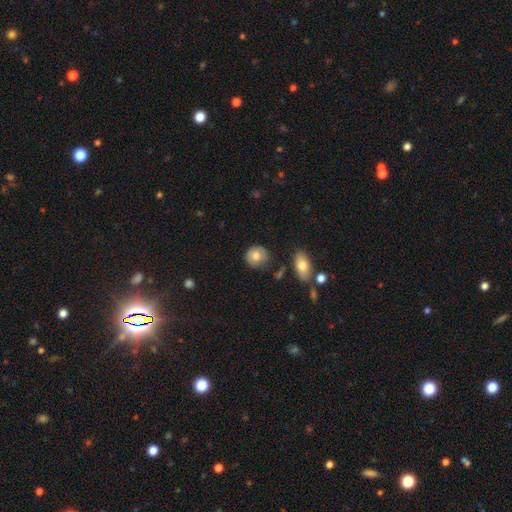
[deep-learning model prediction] The model was most divided on "merging": none: 78%, minor disturbance: 16%, major disturbance: 3%, merger: 3%. More confident: how rounded — round (84%); smooth or featured — smooth (78%).